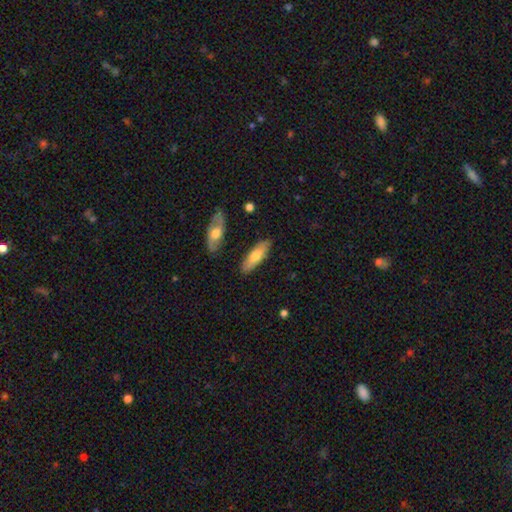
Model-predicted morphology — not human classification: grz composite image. It shows a smooth galaxy with no disk features (67%) that is in between round and cigar-shaped (52%). Merging: none (84%).